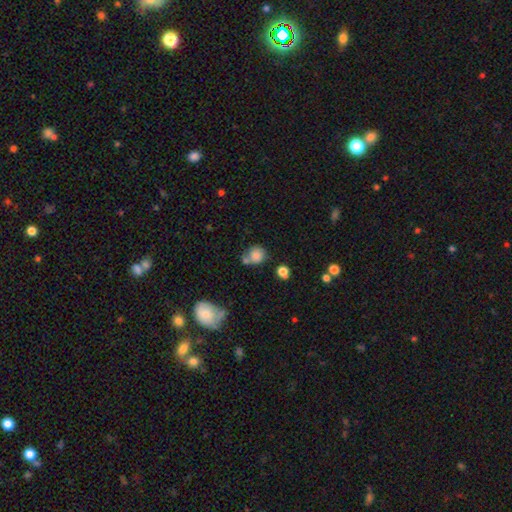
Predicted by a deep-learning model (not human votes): This is likely a smooth galaxy (78%). How rounded: likely round (79%). Merging: possibly none (47%).